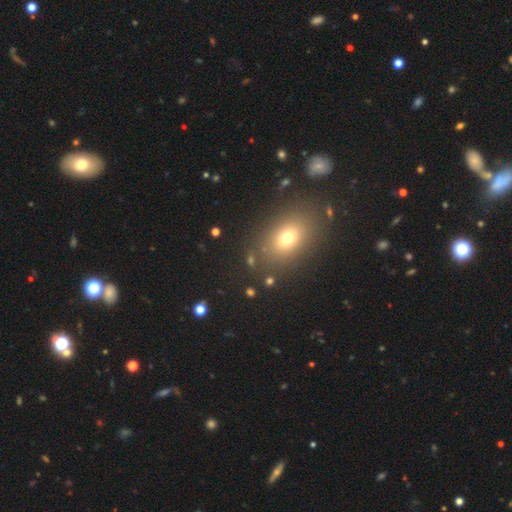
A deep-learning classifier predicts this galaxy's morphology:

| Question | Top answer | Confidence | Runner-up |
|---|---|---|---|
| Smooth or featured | smooth | 64% | star or artifact (24%) |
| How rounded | in between | 67% | round (31%) |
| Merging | none | 84% | minor disturbance (9%) |